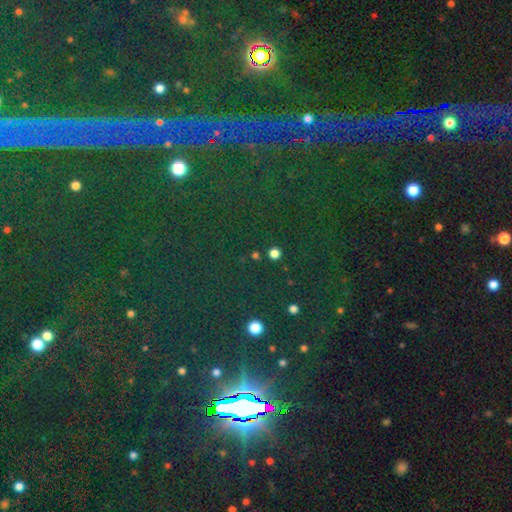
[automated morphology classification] This appears to be a star or artifact, not a galaxy (63%).